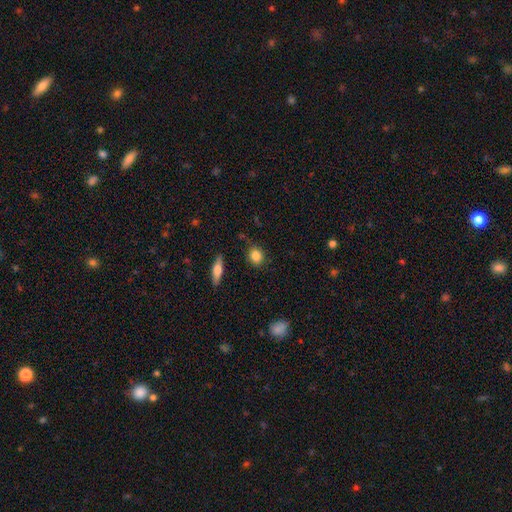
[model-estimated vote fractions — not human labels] Smooth or featured: smooth — 84% (star or artifact — 9%)
How rounded: round — 73% (in between — 24%)
Merging: none — 82% (minor disturbance — 13%)